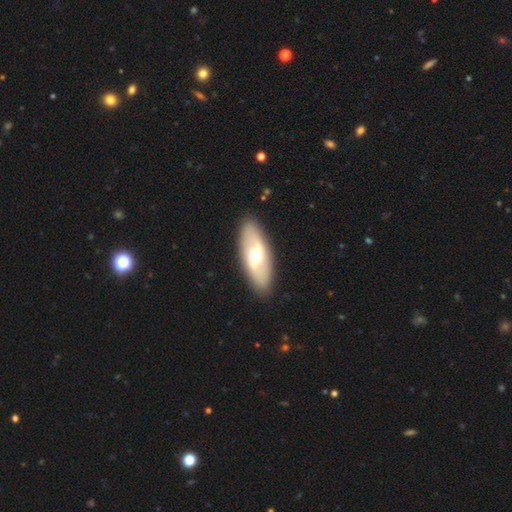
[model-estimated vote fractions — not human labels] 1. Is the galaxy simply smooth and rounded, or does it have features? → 51% featured or disk, 44% smooth, 6% star or artifact.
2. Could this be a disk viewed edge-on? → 80% no, 20% yes.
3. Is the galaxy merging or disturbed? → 88% none, 8% minor disturbance, 3% major disturbance, 1% merger.